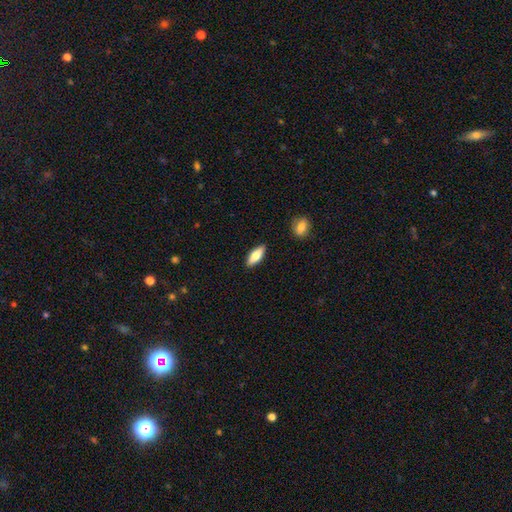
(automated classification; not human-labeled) This appears to be a smooth galaxy with no disk features (76%) that is in between round and cigar-shaped (70%). Merging: none (89%).